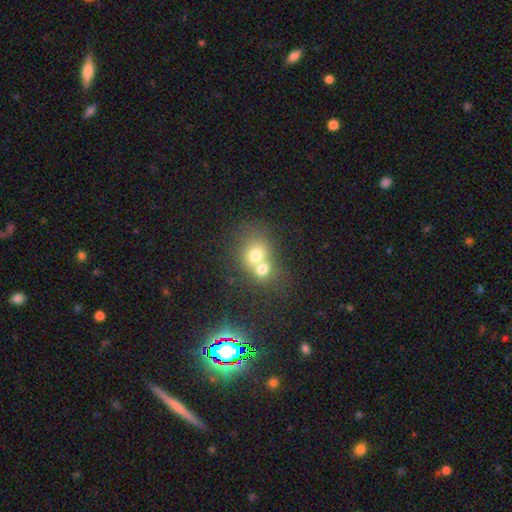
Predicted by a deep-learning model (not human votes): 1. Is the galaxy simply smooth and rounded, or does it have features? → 67% smooth, 20% featured or disk, 12% star or artifact.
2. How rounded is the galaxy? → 66% round, 33% in between, 1% cigar-shaped.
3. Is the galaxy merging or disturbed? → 69% merger, 22% none, 5% minor disturbance, 4% major disturbance.